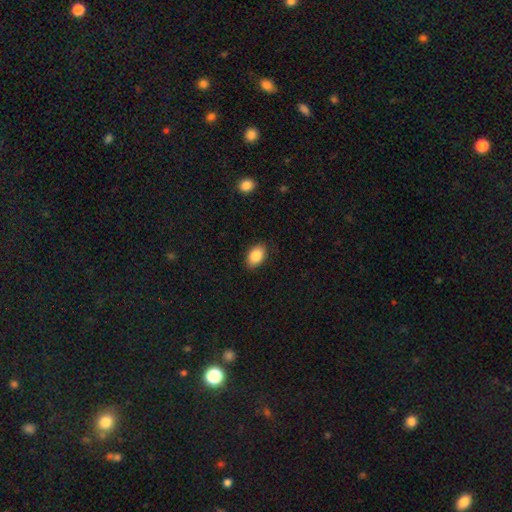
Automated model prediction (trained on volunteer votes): smooth 86%, star or artifact 7%, featured or disk 7%. Down the decision tree: how rounded — in between (89%); merging — none (88%).